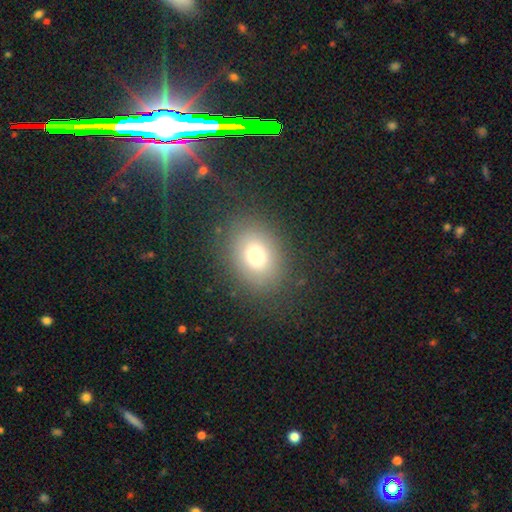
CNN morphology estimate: smooth-or-featured: smooth: 71% | star or artifact: 15% | featured or disk: 14%
  how-rounded: in between: 53% | round: 46% | cigar-shaped: 1%
  merging: none: 82% | minor disturbance: 10% | major disturbance: 7% | merger: 1%